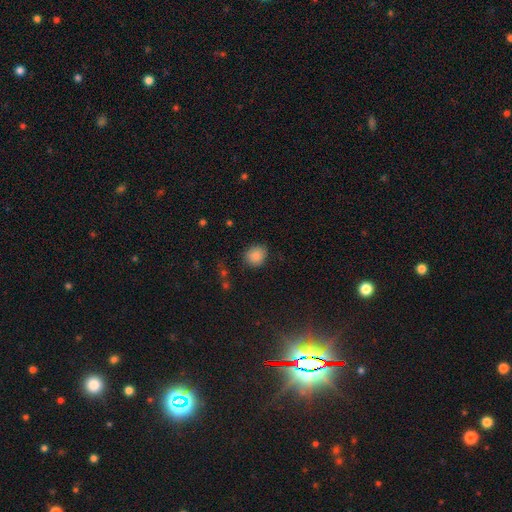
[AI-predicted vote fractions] A smooth galaxy with no disk features (85%) that is round (76%). Merging: none (80%).